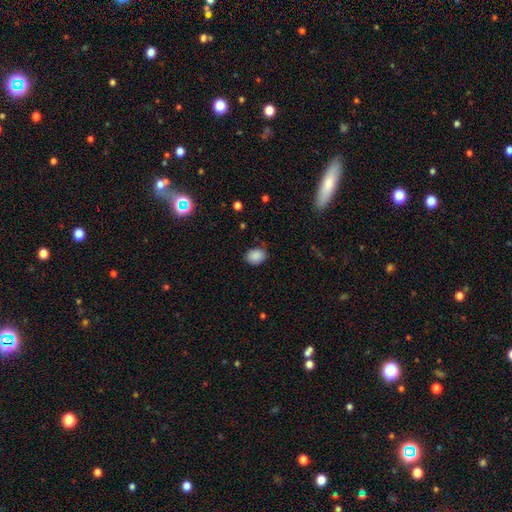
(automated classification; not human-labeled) The model was most divided on "how rounded": in between: 60%, round: 39%, cigar-shaped: 1%. More confident: smooth or featured — smooth (87%); merging — none (75%).